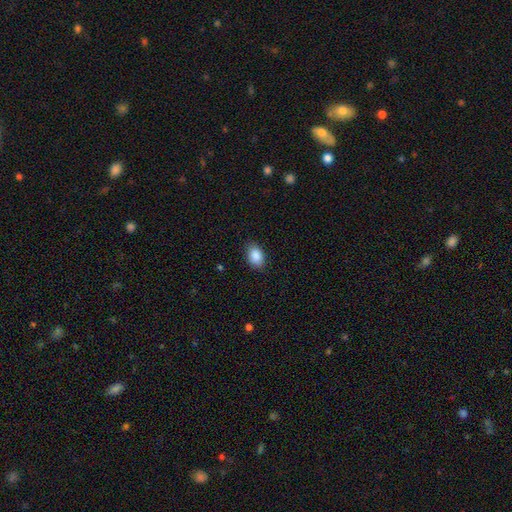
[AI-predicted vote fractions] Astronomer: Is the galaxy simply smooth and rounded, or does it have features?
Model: smooth — 89%.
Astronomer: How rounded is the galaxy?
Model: in between — 89%.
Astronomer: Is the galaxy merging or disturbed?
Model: none — 86%.